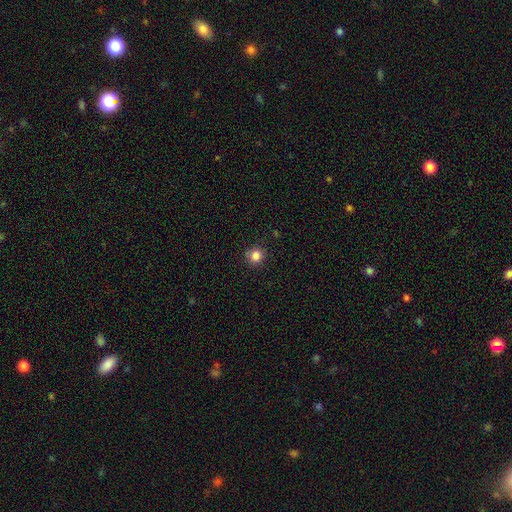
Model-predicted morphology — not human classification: This appears to be a smooth galaxy with no disk features (84%) that is round (91%). Merging: none (90%).